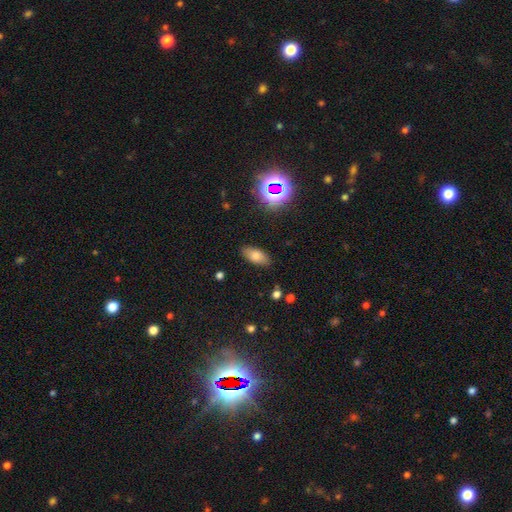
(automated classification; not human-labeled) Smooth or featured: smooth — 74% (featured or disk — 14%)
How rounded: in between — 89% (cigar-shaped — 7%)
Merging: none — 85% (minor disturbance — 11%)